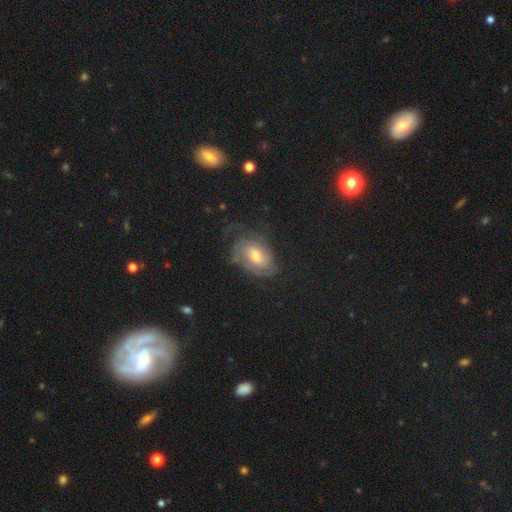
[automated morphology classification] The model was most divided on "spiral arm count": can't tell: 45%, 2: 28%, 3: 10%, 1: 7%, 4: 5%, more than 4: 4%. More confident: edge-on disk — no (96%); spiral arms — yes (86%); smooth or featured — featured or disk (64%); bulge size — moderate (60%); merging — none (59%); bar — no (57%); spiral winding — tight (55%).